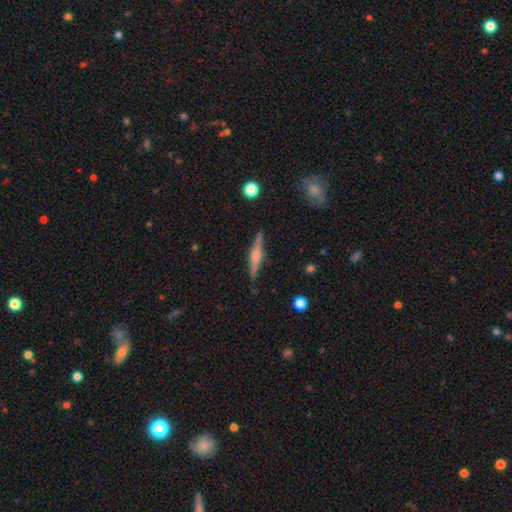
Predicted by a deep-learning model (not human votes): Smooth or featured? featured or disk (66%)
Edge-on disk? yes (97%)
Edge-on bulge? rounded (72%)
Merging? none (89%)